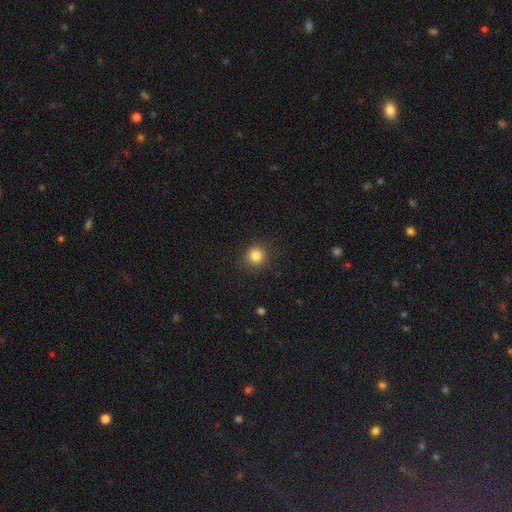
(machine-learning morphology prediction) Smooth or featured: smooth — 84% (star or artifact — 11%)
How rounded: round — 90% (in between — 10%)
Merging: none — 88% (minor disturbance — 8%)